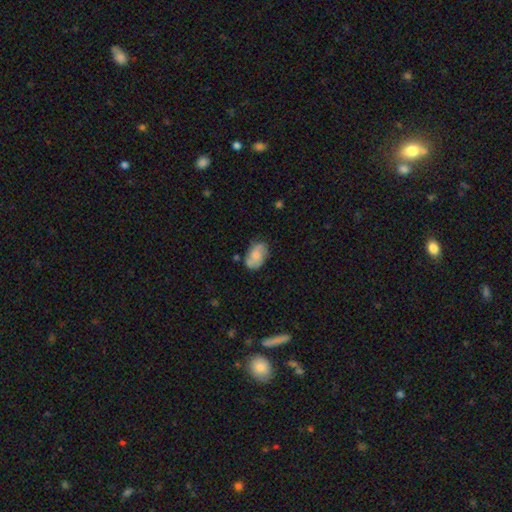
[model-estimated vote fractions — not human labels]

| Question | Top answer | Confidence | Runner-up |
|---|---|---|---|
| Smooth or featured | smooth | 56% | featured or disk (37%) |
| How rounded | in between | 89% | round (10%) |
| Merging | none | 67% | minor disturbance (23%) |